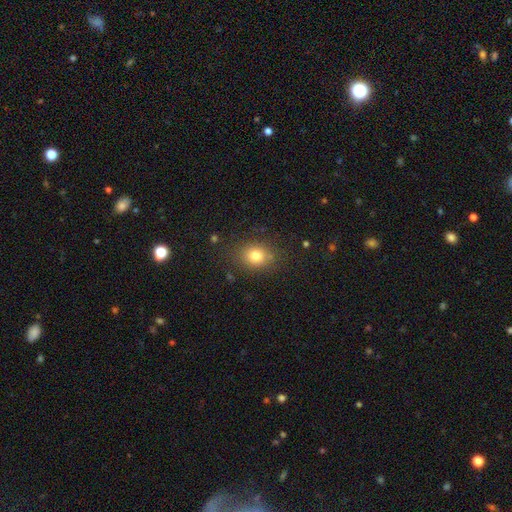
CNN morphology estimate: Smooth or featured? Predicted: smooth (p=0.79). How rounded? Predicted: round (p=0.55). Merging? Predicted: none (p=0.82).